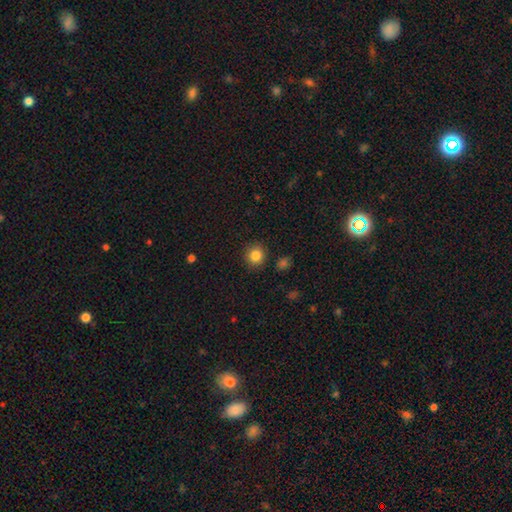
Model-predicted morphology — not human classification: Smooth or featured? smooth (84%)
How rounded? round (91%)
Merging? none (90%)